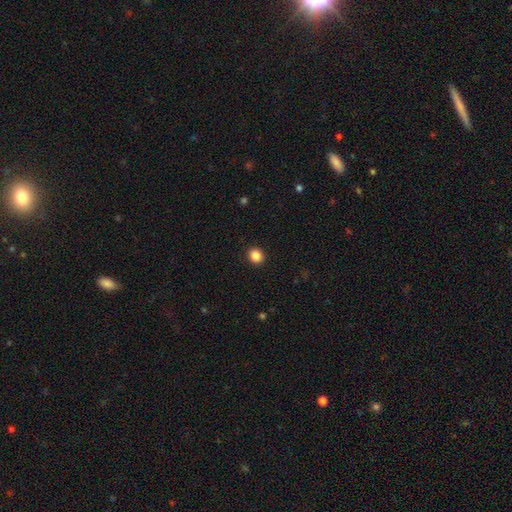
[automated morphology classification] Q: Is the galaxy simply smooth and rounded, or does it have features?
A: smooth — 87%.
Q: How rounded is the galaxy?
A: round — 71%.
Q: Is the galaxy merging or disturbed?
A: none — 92%.